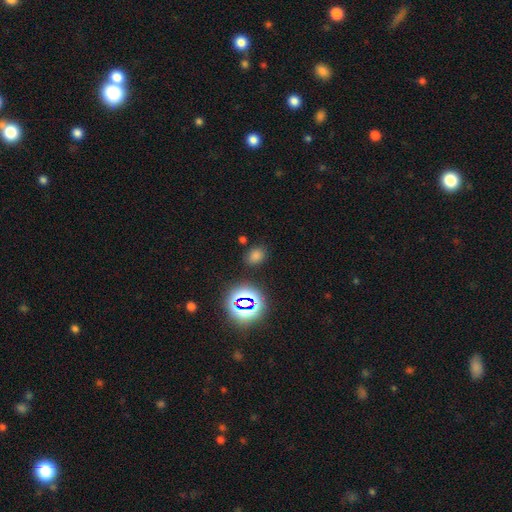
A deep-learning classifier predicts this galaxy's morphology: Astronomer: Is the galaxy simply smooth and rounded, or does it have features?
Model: smooth — 63%.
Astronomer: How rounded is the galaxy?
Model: in between — 60% (runner-up: round, 38%).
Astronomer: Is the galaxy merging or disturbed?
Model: none — 81%.